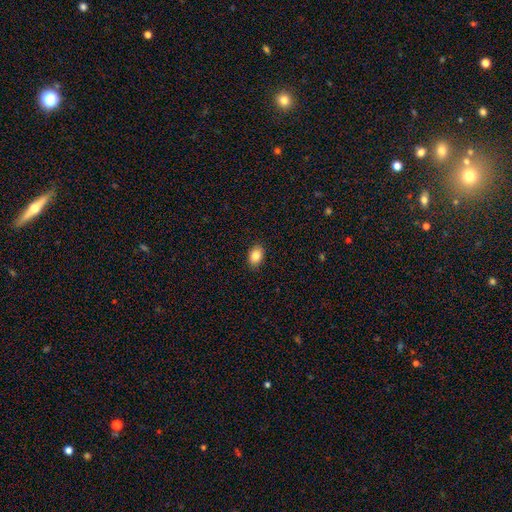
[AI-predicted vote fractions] This is clearly a smooth galaxy (85%). How rounded: likely in between (78%). Merging: clearly none (89%).